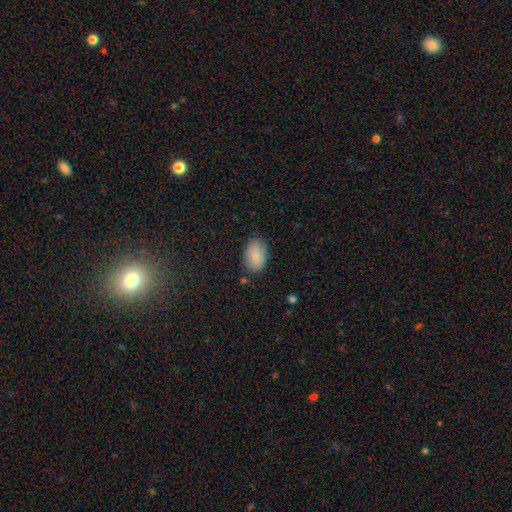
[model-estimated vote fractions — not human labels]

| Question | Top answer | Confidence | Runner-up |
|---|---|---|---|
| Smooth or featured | smooth | 85% | featured or disk (8%) |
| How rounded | in between | 90% | round (9%) |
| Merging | none | 84% | minor disturbance (12%) |